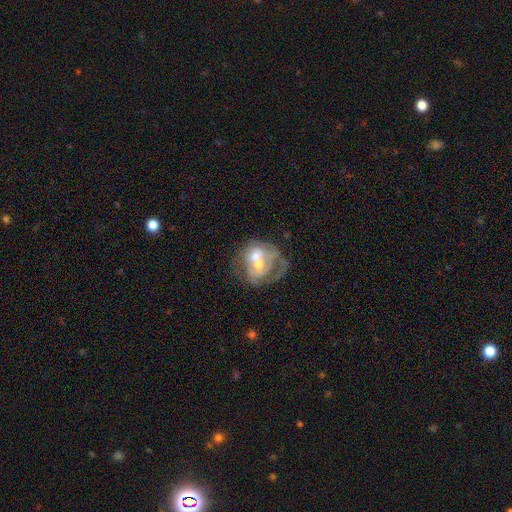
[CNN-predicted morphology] Smooth or featured? featured or disk (60%)
Edge-on disk? no (97%)
Bar? no (73%)
Spiral arms? no (65%)
Bulge size? moderate (61%)
Merging? merger (57%)